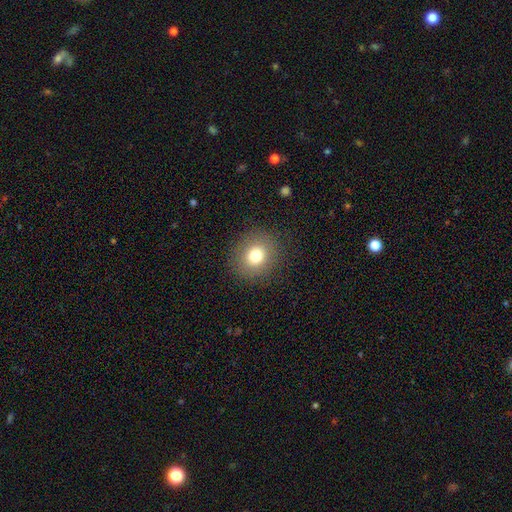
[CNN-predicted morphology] type=smooth (77%); roundness=round (83%); merging=none (88%).